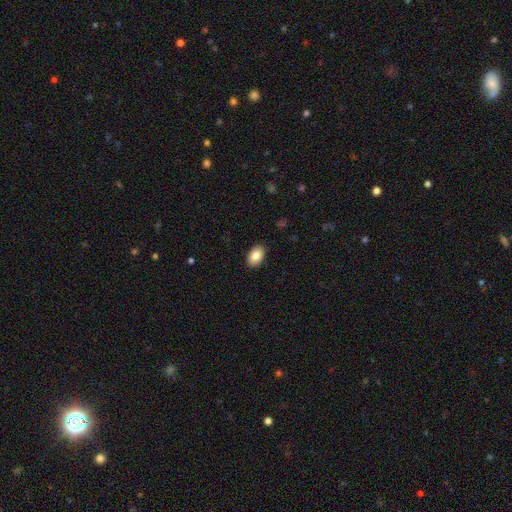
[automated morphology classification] Smooth or featured?
  - smooth: 85% *
  - featured or disk: 8%
  - star or artifact: 7%
How rounded?
  - in between: 91% *
  - round: 8%
  - cigar-shaped: 1%
Merging?
  - none: 89% *
  - minor disturbance: 8%
  - major disturbance: 2%
  - merger: 1%